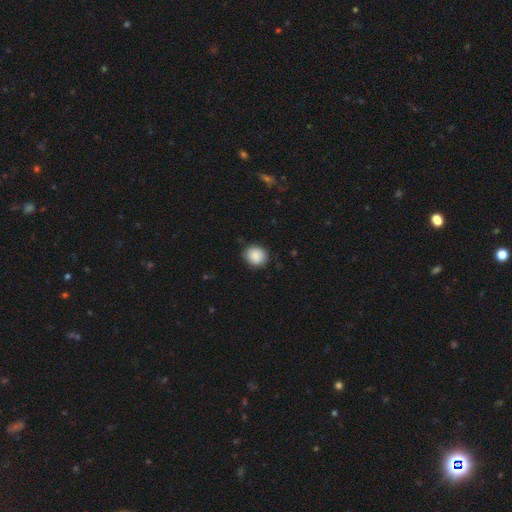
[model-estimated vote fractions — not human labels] smooth_or_featured: smooth (p=0.89) [alt: star or artifact p=0.07]
how_rounded: round (p=0.75) [alt: in between p=0.24]
merging: none (p=0.85) [alt: minor disturbance p=0.12]